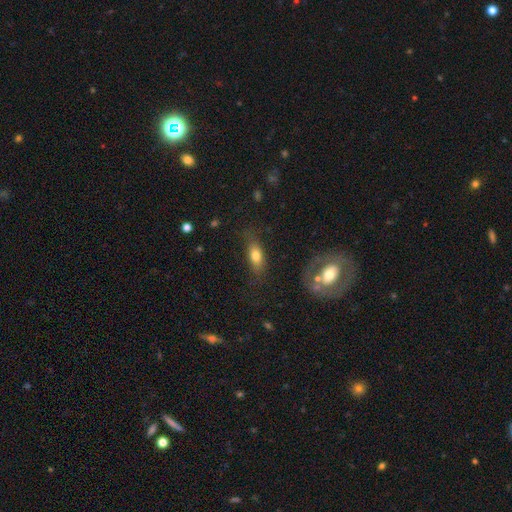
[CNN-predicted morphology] This is likely a smooth galaxy (72%). How rounded: likely in between (76%). Merging: likely none (71%).